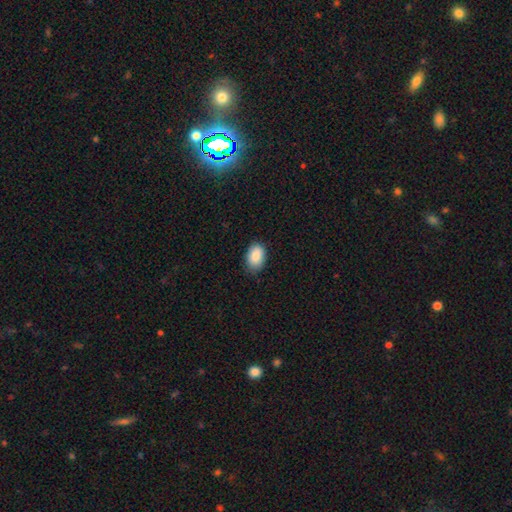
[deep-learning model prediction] smooth_or_featured: smooth (p=0.87) [alt: star or artifact p=0.07]
how_rounded: in between (p=0.88) [alt: round p=0.11]
merging: none (p=0.79) [alt: minor disturbance p=0.18]